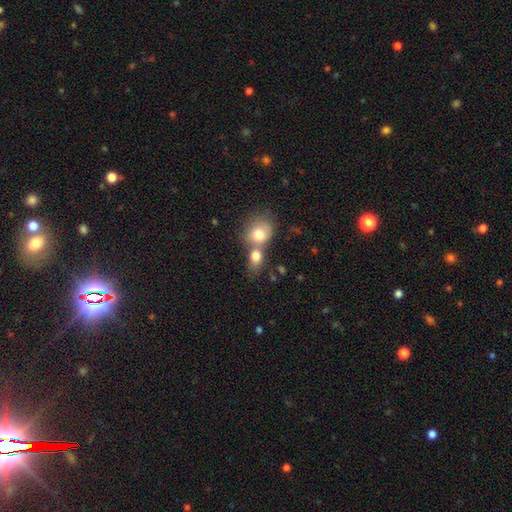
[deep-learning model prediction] Overall: smooth (78%). How rounded: in between (55%; round 42%). Merging: merger (62%; none 26%).